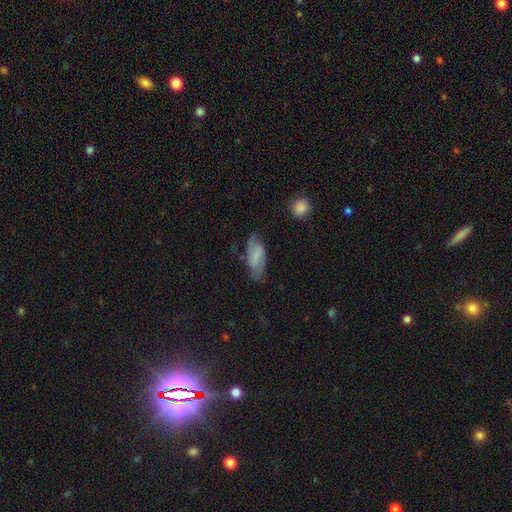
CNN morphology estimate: A smooth galaxy with no disk features (50%). Merging: none (71%).